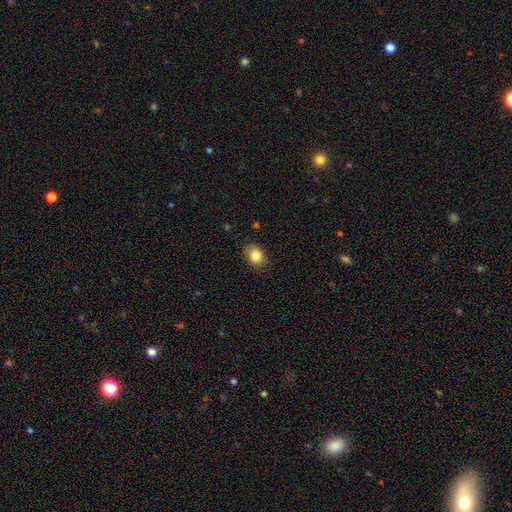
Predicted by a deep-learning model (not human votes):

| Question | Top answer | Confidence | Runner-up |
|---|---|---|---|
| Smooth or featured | smooth | 85% | star or artifact (9%) |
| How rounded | in between | 64% | round (35%) |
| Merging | none | 81% | minor disturbance (14%) |